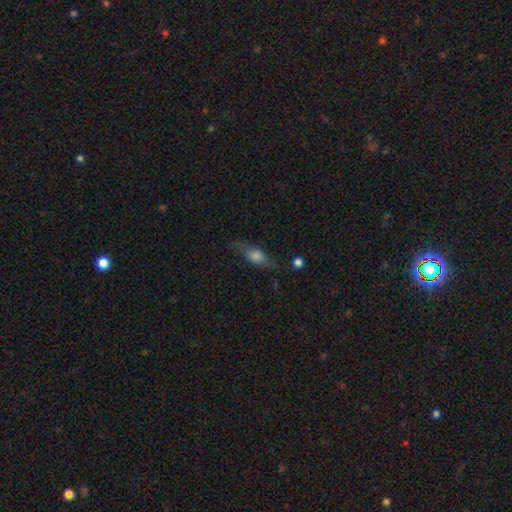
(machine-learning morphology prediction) Smooth or featured?
  - smooth: 50% *
  - featured or disk: 40%
  - star or artifact: 10%
How rounded?
  - in between: 56% *
  - cigar-shaped: 31%
  - round: 13%
Merging?
  - none: 66% *
  - minor disturbance: 21%
  - major disturbance: 10%
  - merger: 3%